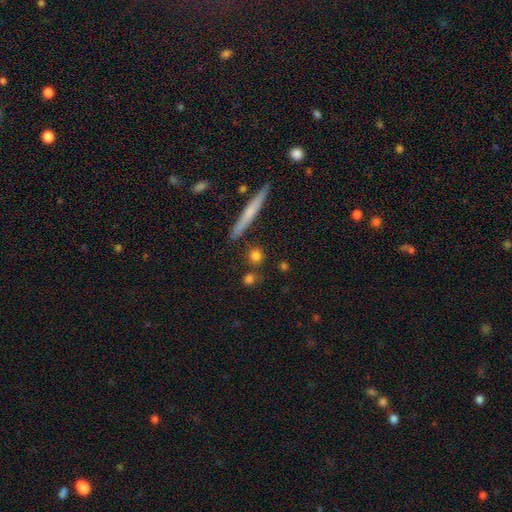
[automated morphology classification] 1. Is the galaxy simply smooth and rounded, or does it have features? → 78% smooth, 11% featured or disk, 10% star or artifact.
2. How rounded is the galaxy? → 78% round, 12% cigar-shaped, 10% in between.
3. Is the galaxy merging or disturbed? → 80% none, 9% minor disturbance, 8% merger, 3% major disturbance.